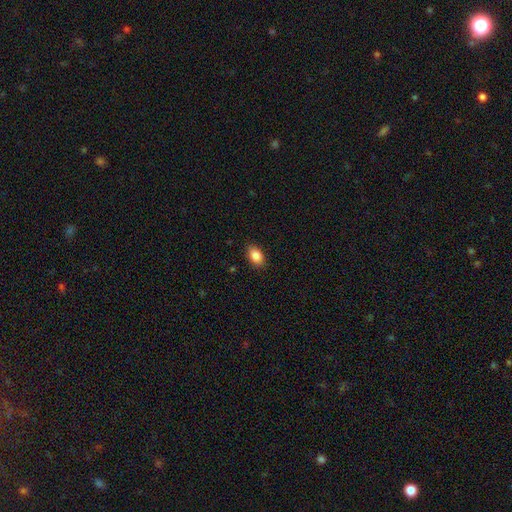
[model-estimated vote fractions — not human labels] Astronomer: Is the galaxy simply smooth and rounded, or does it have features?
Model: smooth — 87%.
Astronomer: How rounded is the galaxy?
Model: in between — 88%.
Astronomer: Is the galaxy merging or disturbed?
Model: none — 88%.